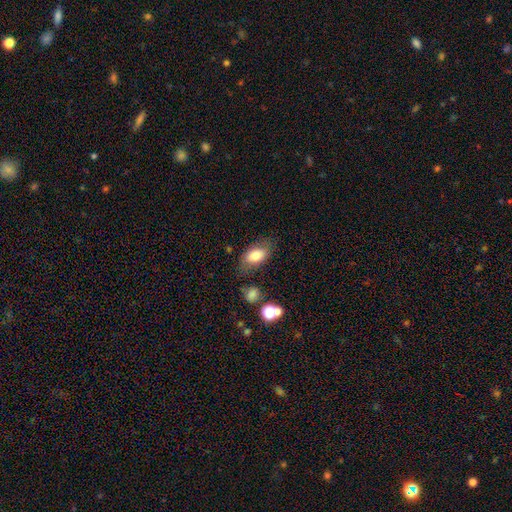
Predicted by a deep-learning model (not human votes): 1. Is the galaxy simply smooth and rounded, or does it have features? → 77% smooth, 14% featured or disk, 8% star or artifact.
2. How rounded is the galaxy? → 90% in between, 7% round, 3% cigar-shaped.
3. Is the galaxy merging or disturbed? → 71% none, 19% minor disturbance, 6% major disturbance, 4% merger.